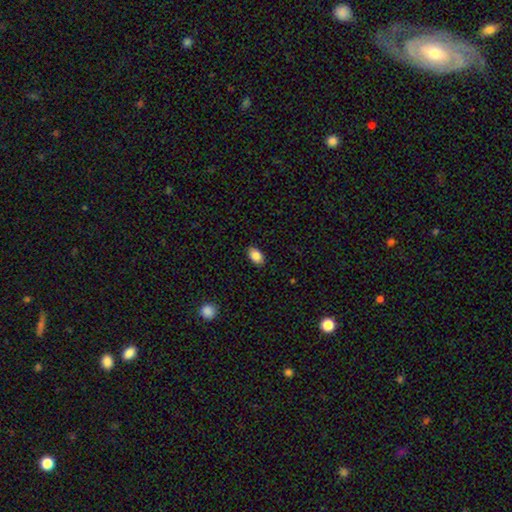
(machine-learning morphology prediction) type=smooth (86%); roundness=in between (90%); merging=none (87%).